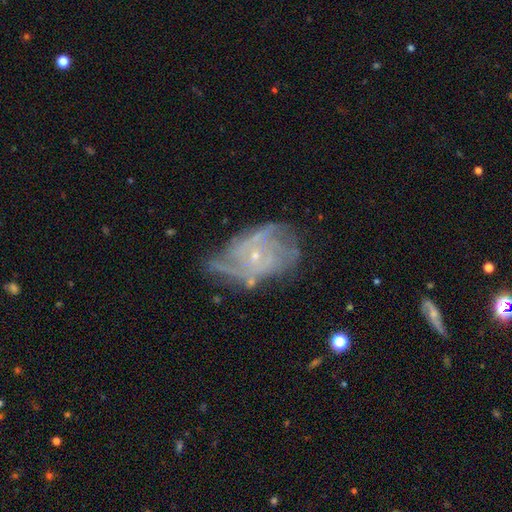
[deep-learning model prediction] Smooth or featured: featured or disk — 84% (smooth — 8%)
Edge-on disk: no — 97% (yes — 3%)
Bar: no — 73% (weak — 23%)
Spiral arms: yes — 92% (no — 8%)
Spiral winding: tight — 50% (medium — 37%)
Spiral arm count: can't tell — 31% (3 — 22%)
Bulge size: small — 81% (moderate — 15%)
Merging: none — 53% (minor disturbance — 27%)